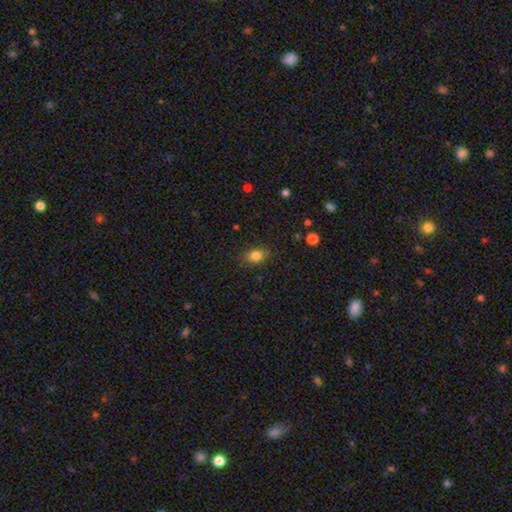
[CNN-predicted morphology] Smooth or featured?
  - smooth: 82% *
  - star or artifact: 11%
  - featured or disk: 7%
How rounded?
  - in between: 58% *
  - round: 40%
  - cigar-shaped: 2%
Merging?
  - none: 84% *
  - minor disturbance: 12%
  - major disturbance: 3%
  - merger: 1%